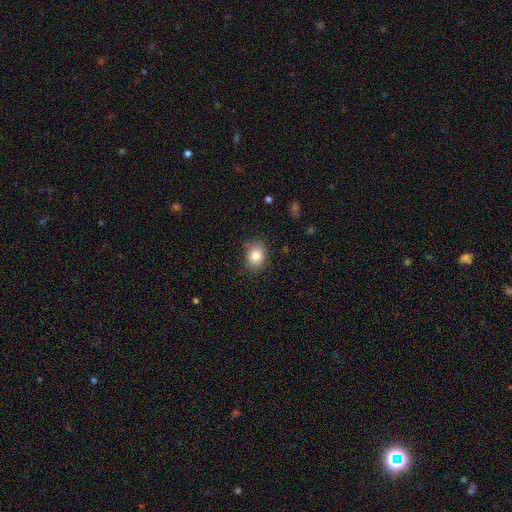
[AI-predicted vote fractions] Smooth or featured? Predicted: smooth (p=0.82). How rounded? Predicted: round (p=0.52). Merging? Predicted: none (p=0.79).